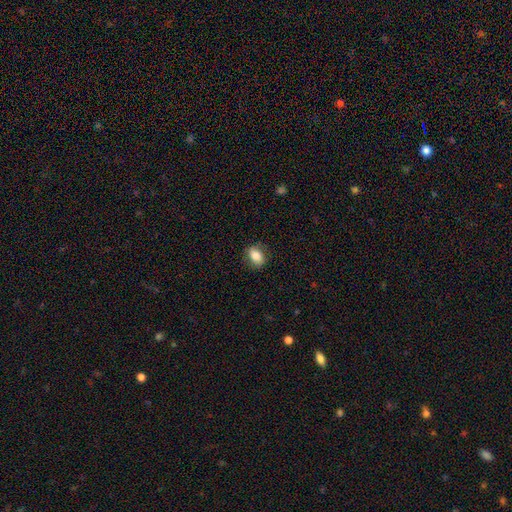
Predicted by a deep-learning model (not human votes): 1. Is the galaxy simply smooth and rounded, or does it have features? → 79% smooth, 13% featured or disk, 8% star or artifact.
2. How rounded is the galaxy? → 77% in between, 20% round, 2% cigar-shaped.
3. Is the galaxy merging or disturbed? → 79% none, 15% minor disturbance, 5% major disturbance, 1% merger.